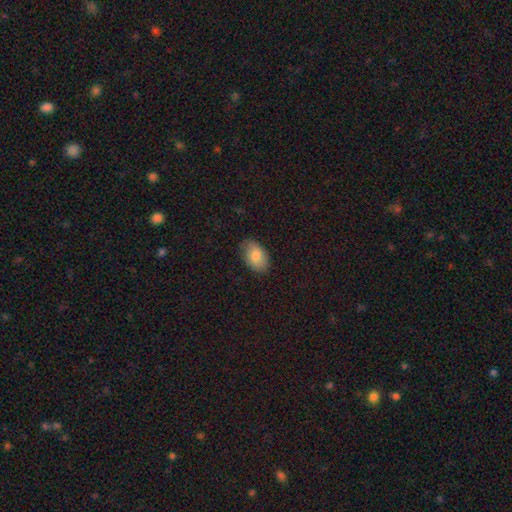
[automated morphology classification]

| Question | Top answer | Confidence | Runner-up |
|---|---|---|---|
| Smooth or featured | smooth | 79% | featured or disk (14%) |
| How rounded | in between | 91% | round (8%) |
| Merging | none | 79% | minor disturbance (17%) |